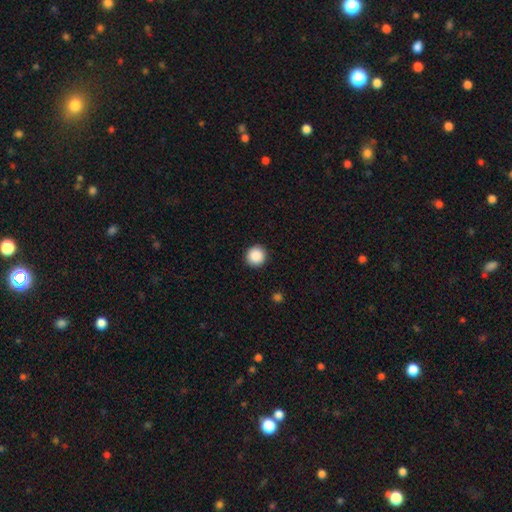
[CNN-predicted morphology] type=smooth (89%); roundness=round (95%); merging=none (93%).